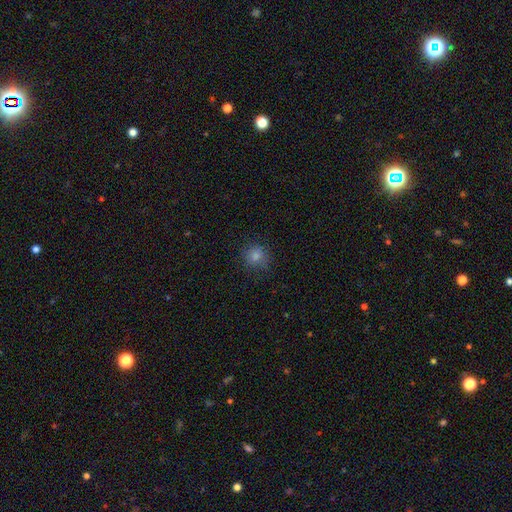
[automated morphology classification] Q: Smooth or featured?
A: smooth (75%); runner-up: star or artifact (17%)
Q: How rounded?
A: round (90%); runner-up: in between (9%)
Q: Merging?
A: none (85%); runner-up: minor disturbance (11%)